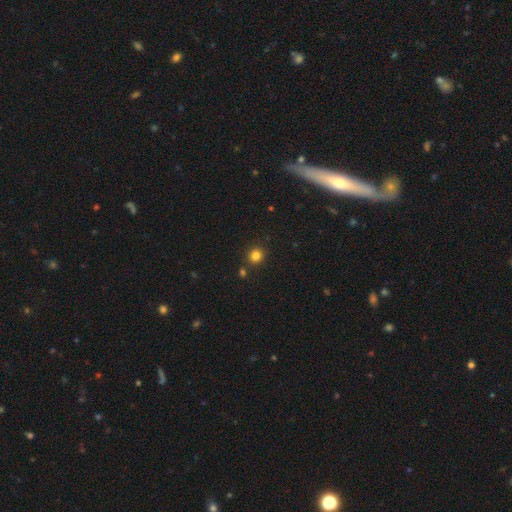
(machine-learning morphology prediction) smooth 81%, star or artifact 14%, featured or disk 5%. Down the decision tree: how rounded — round (87%); merging — none (85%).